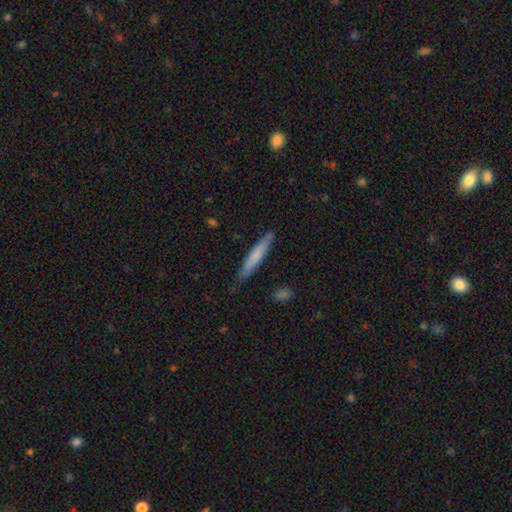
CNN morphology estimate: Smooth or featured: smooth — 65% (featured or disk — 29%)
How rounded: cigar-shaped — 94% (in between — 5%)
Merging: none — 83% (minor disturbance — 14%)